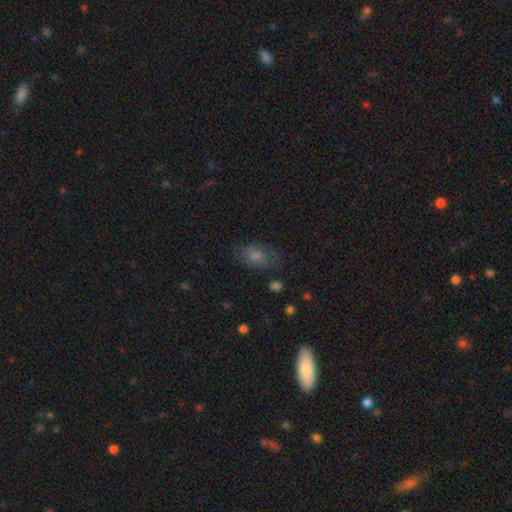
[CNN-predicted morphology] smooth_or_featured: smooth (p=0.46) [alt: featured or disk p=0.33]
merging: none (p=0.72) [alt: minor disturbance p=0.18]